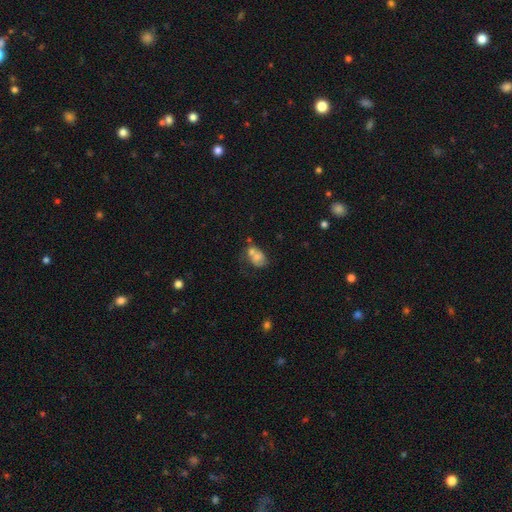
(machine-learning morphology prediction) smooth-or-featured: smooth: 63% | featured or disk: 27% | star or artifact: 11%
  how-rounded: in between: 71% | round: 28% | cigar-shaped: 1%
  merging: merger: 44% | none: 28% | minor disturbance: 17% | major disturbance: 11%